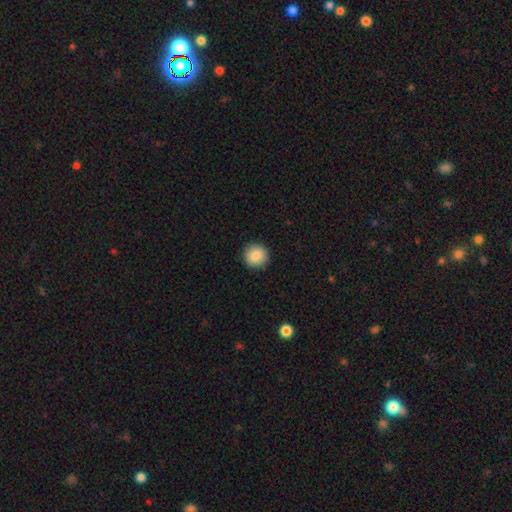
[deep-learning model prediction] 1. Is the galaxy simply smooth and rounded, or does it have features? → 87% smooth, 8% star or artifact, 5% featured or disk.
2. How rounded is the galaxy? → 94% round, 5% in between, 1% cigar-shaped.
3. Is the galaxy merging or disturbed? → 92% none, 5% minor disturbance, 2% major disturbance, 1% merger.